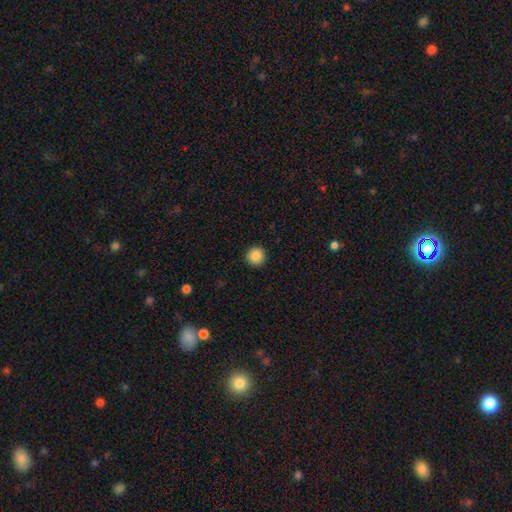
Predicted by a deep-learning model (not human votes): smooth 87%, star or artifact 9%, featured or disk 3%. Down the decision tree: how rounded — round (95%); merging — none (93%).